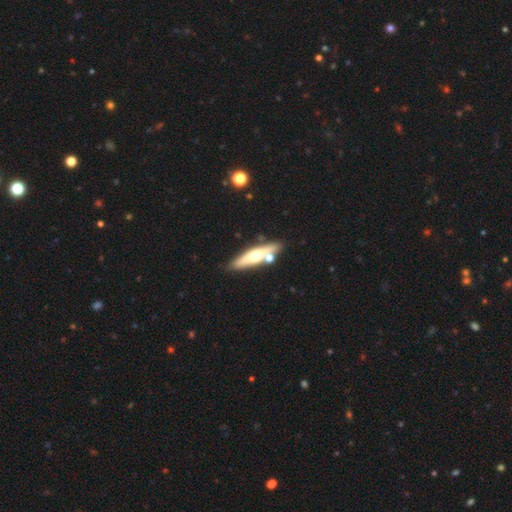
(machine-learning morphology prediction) The model was most divided on "smooth or featured": featured or disk: 56%, smooth: 38%, star or artifact: 6%. More confident: edge-on disk — yes (86%); merging — none (74%).